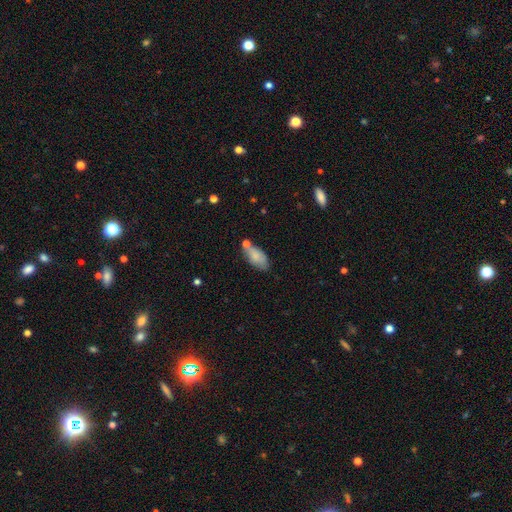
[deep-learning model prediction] Smooth or featured? smooth (80%)
How rounded? in between (90%)
Merging? none (59%)